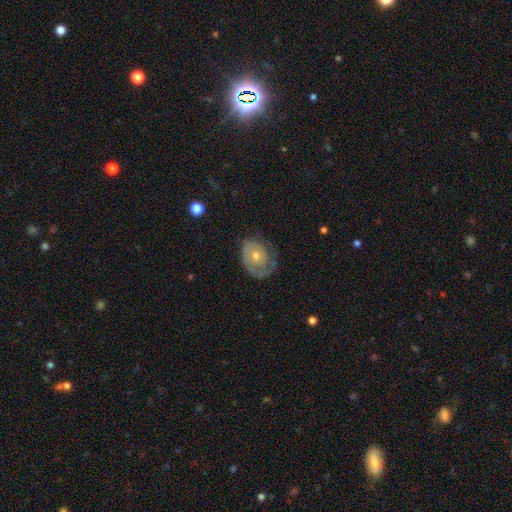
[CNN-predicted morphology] smooth-or-featured: featured or disk: 71% | smooth: 22% | star or artifact: 7%
  disk-edge-on: no: 96% | yes: 4%
    bar: no: 84% | weak: 14% | strong: 2%
    has-spiral-arms: yes: 81% | no: 19%
      spiral-winding: tight: 67% | medium: 23% | loose: 9%
      spiral-arm-count: 1: 34% | 2: 29% | can't tell: 28% | 3: 5% | 4: 2% | more than 4: 2%
    bulge-size: small: 48% (tied) | moderate: 48% (tied) | large: 2% | none: 1% | dominant: 1%
  merging: none: 64% | minor disturbance: 22% | major disturbance: 13% | merger: 1%